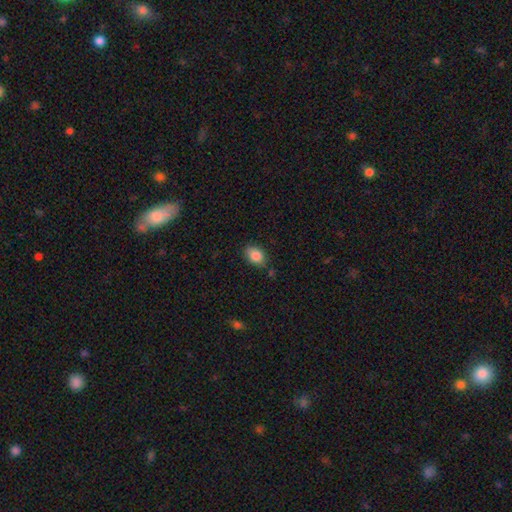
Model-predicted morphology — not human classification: A smooth galaxy with no disk features (86%) that is in between round and cigar-shaped (79%). Merging: none (79%).